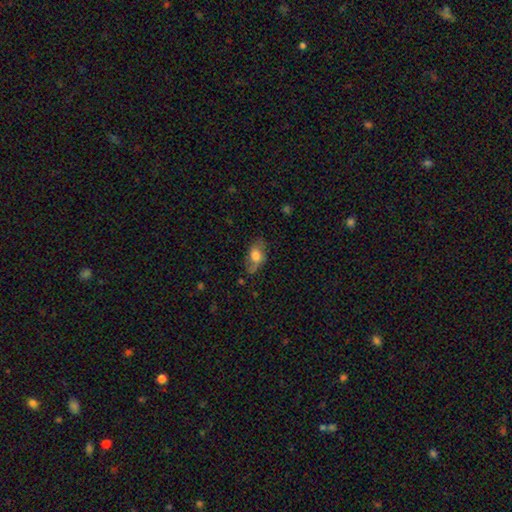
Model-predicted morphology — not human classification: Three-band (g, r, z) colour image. It shows a smooth galaxy with no disk features (68%) that is in between round and cigar-shaped (88%). Merging: none (61%).